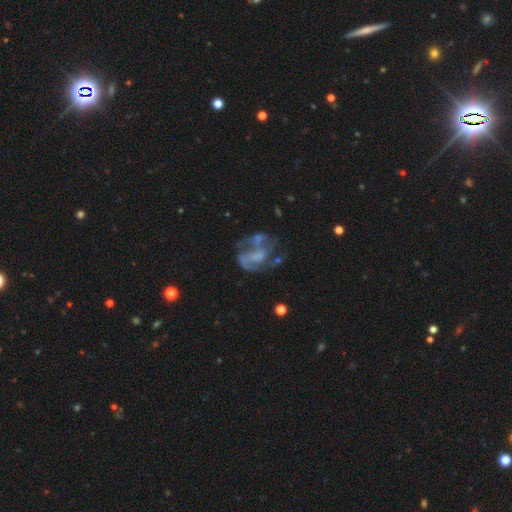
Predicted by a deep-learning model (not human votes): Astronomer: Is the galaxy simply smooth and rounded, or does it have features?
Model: featured or disk — 70%.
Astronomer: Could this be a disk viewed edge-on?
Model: no — 98%.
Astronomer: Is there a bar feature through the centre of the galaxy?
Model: no — 61%.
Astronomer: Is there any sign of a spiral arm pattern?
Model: yes — 60% (runner-up: no, 40%).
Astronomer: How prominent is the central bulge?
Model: none — 54%.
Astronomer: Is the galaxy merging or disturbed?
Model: none — 34% (runner-up: major disturbance, 33%).